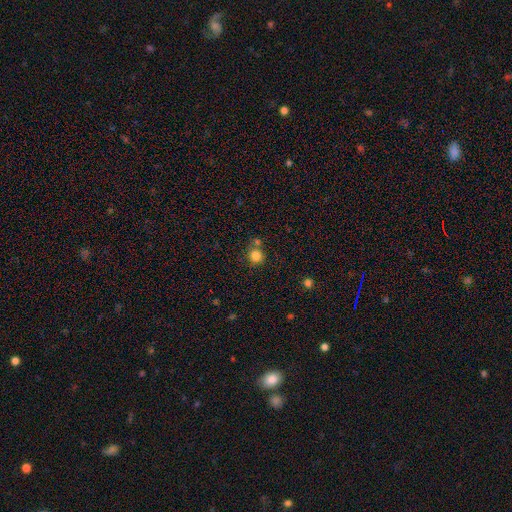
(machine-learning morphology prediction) smooth-or-featured: smooth: 83% | star or artifact: 12% | featured or disk: 5%
  how-rounded: round: 90% | in between: 9% | cigar-shaped: 1%
  merging: none: 67% | merger: 19% | minor disturbance: 10% | major disturbance: 4%